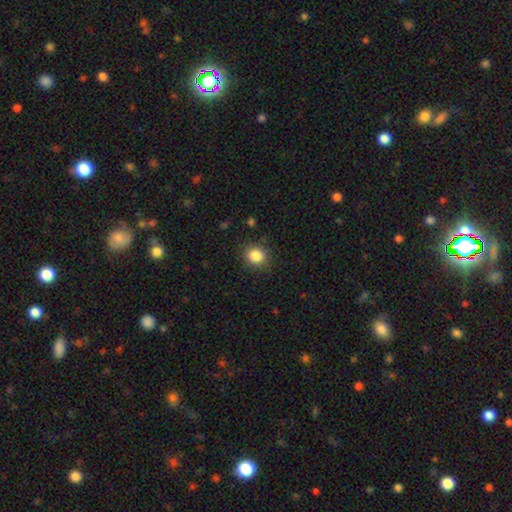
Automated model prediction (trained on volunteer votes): This is clearly a smooth galaxy (85%). How rounded: likely round (79%). Merging: clearly none (87%).